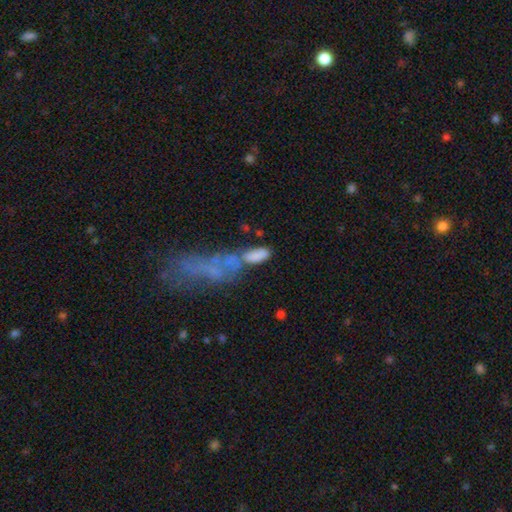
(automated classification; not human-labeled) This appears to be a smooth galaxy with no disk features (77%) that is in between round and cigar-shaped (78%). Merging: merger (39%).